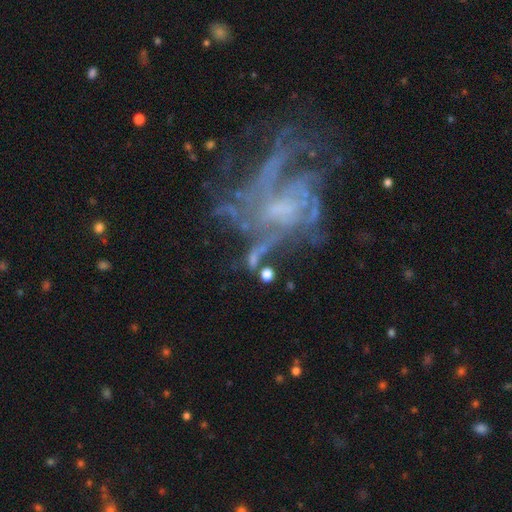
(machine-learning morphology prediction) Smooth or featured? Predicted: featured or disk (p=0.49). Merging? Predicted: none (p=0.45).